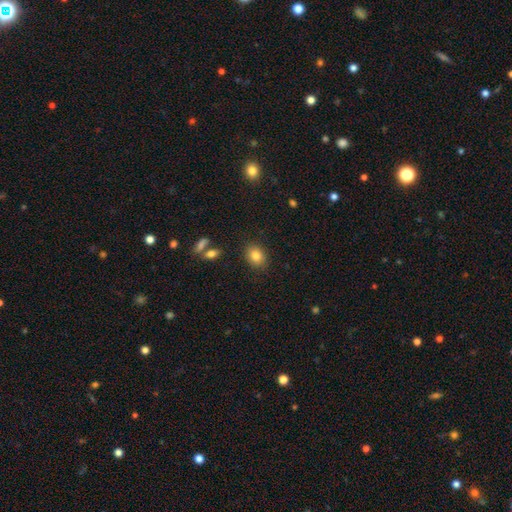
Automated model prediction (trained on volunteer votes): Overall: smooth (82%). How rounded: in between (53%; round 46%). Merging: none (86%).